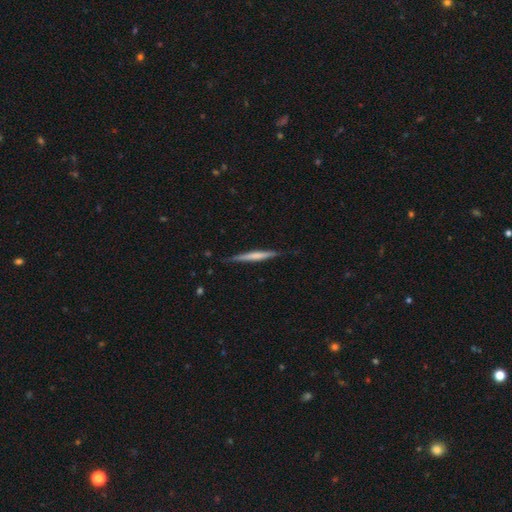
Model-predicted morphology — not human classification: The model was most divided on "smooth or featured": featured or disk: 49%, smooth: 45%, star or artifact: 5%. More confident: merging — none (85%).